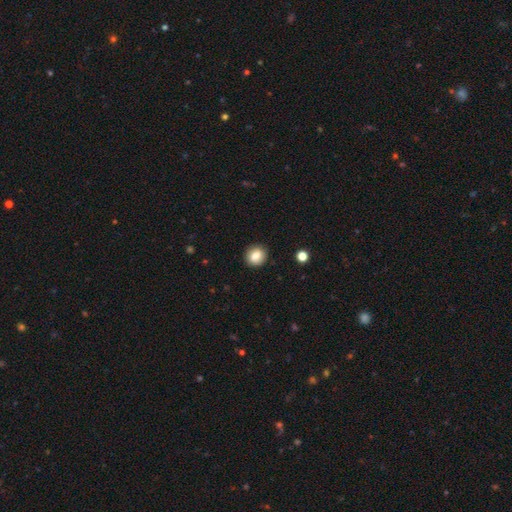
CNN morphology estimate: Q: Smooth or featured?
A: smooth (81%); runner-up: featured or disk (10%)
Q: How rounded?
A: round (86%); runner-up: in between (13%)
Q: Merging?
A: none (90%); runner-up: minor disturbance (7%)